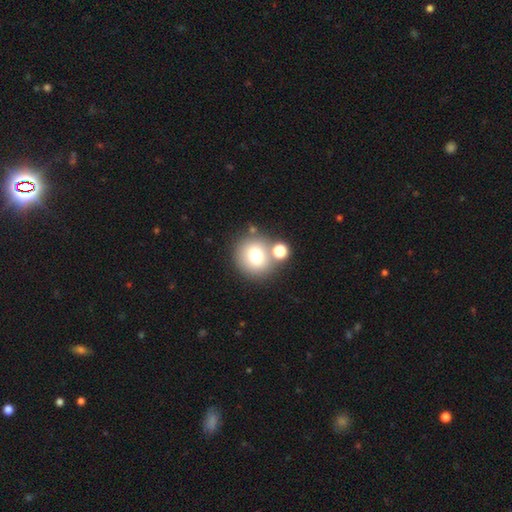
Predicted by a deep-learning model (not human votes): smooth 73%, featured or disk 15%, star or artifact 12%. Down the decision tree: how rounded — round (88%); merging — none (68%).